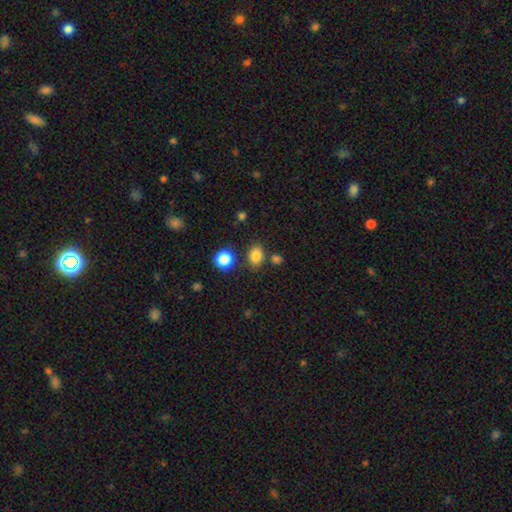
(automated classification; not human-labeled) This appears to be a smooth galaxy with no disk features (83%) that is in between round and cigar-shaped (62%). Merging: none (78%).